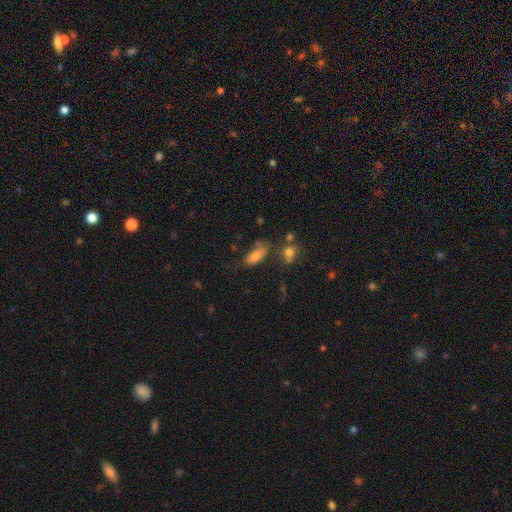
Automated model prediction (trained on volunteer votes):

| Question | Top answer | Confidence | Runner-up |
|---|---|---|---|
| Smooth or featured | smooth | 70% | star or artifact (15%) |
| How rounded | in between | 81% | cigar-shaped (14%) |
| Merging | none | 52% | minor disturbance (24%) |